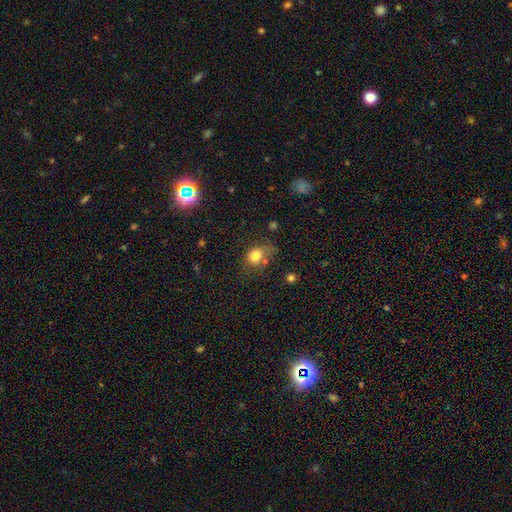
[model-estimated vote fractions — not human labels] Q: Smooth or featured?
A: smooth (80%); runner-up: star or artifact (12%)
Q: How rounded?
A: round (52%); runner-up: in between (47%)
Q: Merging?
A: none (47%); runner-up: minor disturbance (28%)